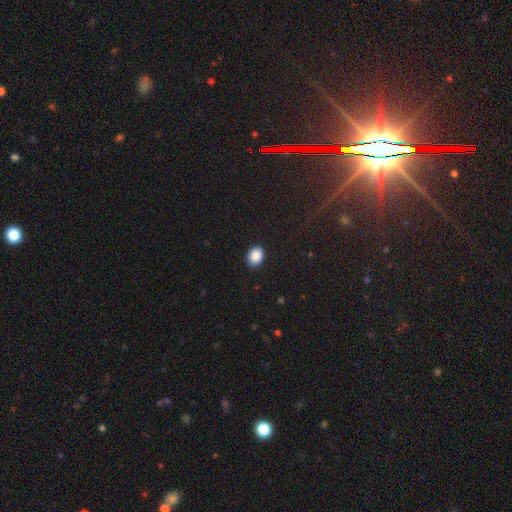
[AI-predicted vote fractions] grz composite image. It shows a smooth galaxy with no disk features (89%) that is in between round and cigar-shaped (65%). Merging: none (90%).